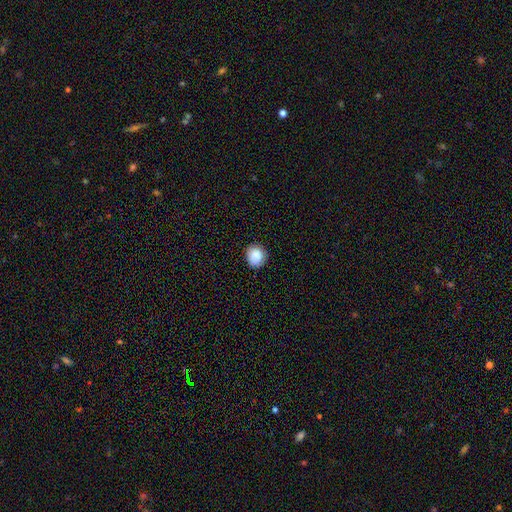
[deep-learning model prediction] A smooth galaxy with no disk features (88%) that is round (79%). Merging: none (86%).